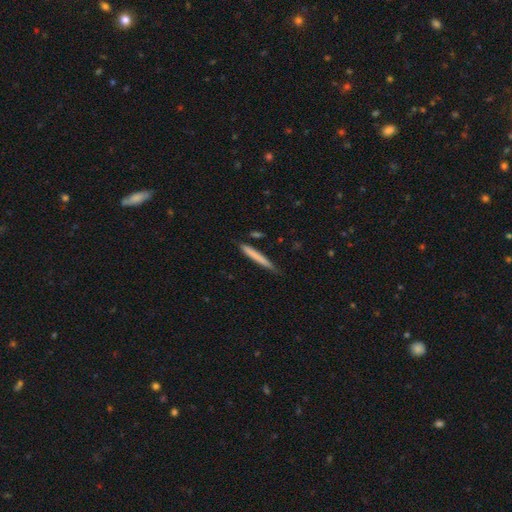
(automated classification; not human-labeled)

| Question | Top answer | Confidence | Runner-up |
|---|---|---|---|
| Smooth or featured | smooth | 74% | featured or disk (21%) |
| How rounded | cigar-shaped | 96% | in between (2%) |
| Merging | none | 84% | minor disturbance (12%) |